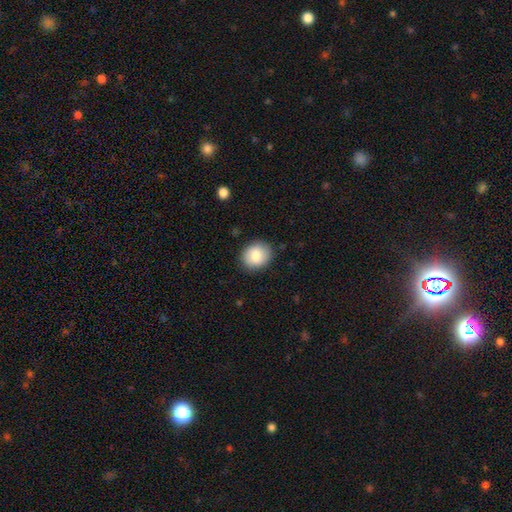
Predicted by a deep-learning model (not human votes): This is likely a smooth galaxy (79%). How rounded: possibly round (58%). Merging: clearly none (85%).